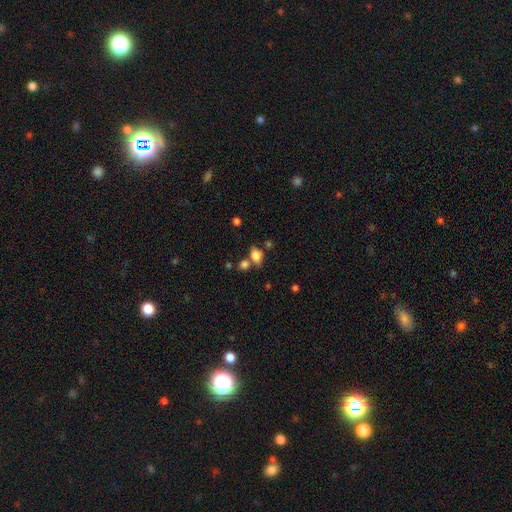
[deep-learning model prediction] A smooth galaxy with no disk features (71%) that is in between round and cigar-shaped (74%).

Vote fractions:
- Smooth or featured? smooth: 71% / featured or disk: 17% / star or artifact: 12%
- How rounded? in between: 74% / round: 19% / cigar-shaped: 6%
- Merging? none: 57% / merger: 21% / minor disturbance: 16% / major disturbance: 6%